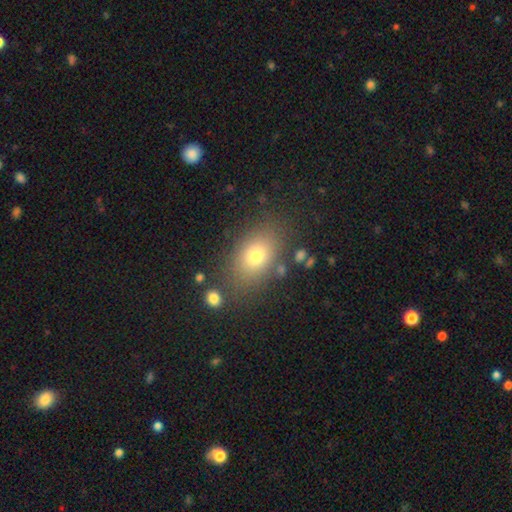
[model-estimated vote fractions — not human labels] smooth 75%, featured or disk 13%, star or artifact 12%. Down the decision tree: how rounded — in between (80%); merging — none (78%).